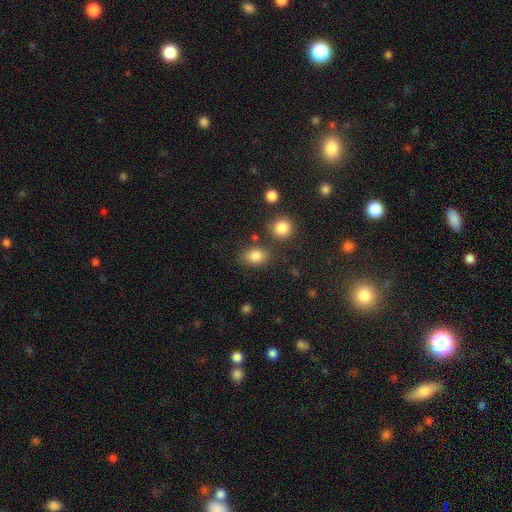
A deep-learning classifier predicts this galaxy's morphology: A smooth galaxy with no disk features (83%) that is in between round and cigar-shaped (73%). Merging: none (74%).